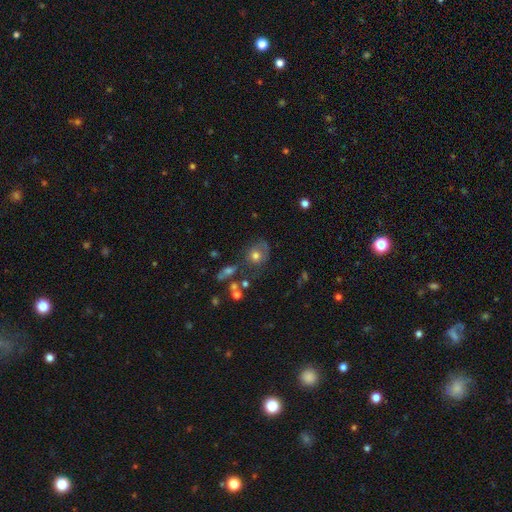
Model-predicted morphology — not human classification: smooth-or-featured: smooth: 68% | featured or disk: 19% | star or artifact: 13%
  how-rounded: round: 67% | in between: 32% | cigar-shaped: 1%
  merging: none: 46% | minor disturbance: 25% | major disturbance: 20% | merger: 9%